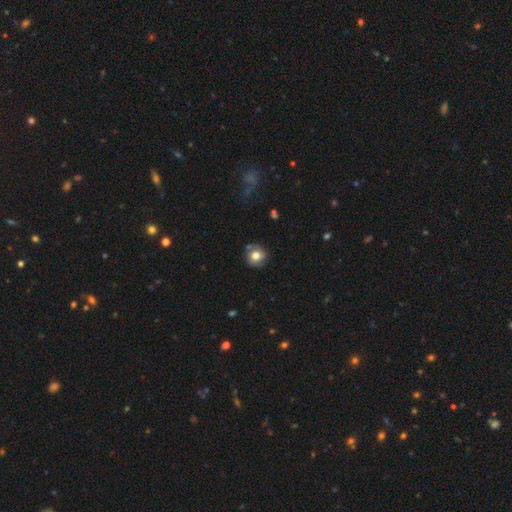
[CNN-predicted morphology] smooth_or_featured: smooth (p=0.72) [alt: featured or disk p=0.19]
how_rounded: round (p=0.88) [alt: in between p=0.11]
merging: none (p=0.78) [alt: minor disturbance p=0.15]